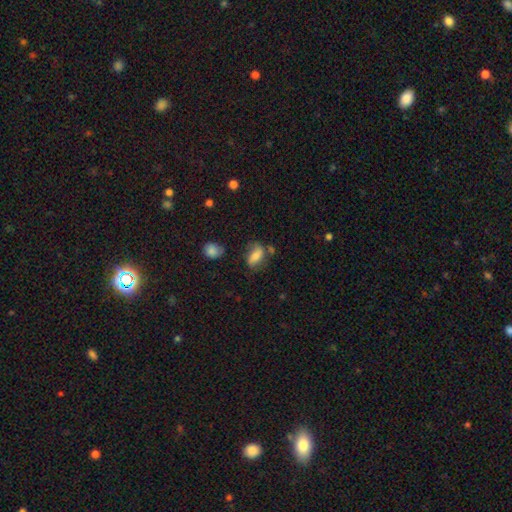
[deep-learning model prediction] This appears to be a smooth galaxy with no disk features (66%) that is in between round and cigar-shaped (84%). Merging: none (54%).